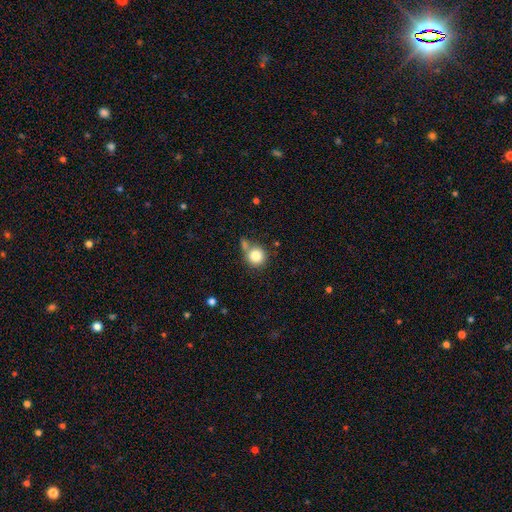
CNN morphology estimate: smooth-or-featured: smooth: 82% | star or artifact: 10% | featured or disk: 8%
  how-rounded: round: 92% | in between: 7% | cigar-shaped: 1%
  merging: none: 61% | merger: 21% | minor disturbance: 13% | major disturbance: 5%